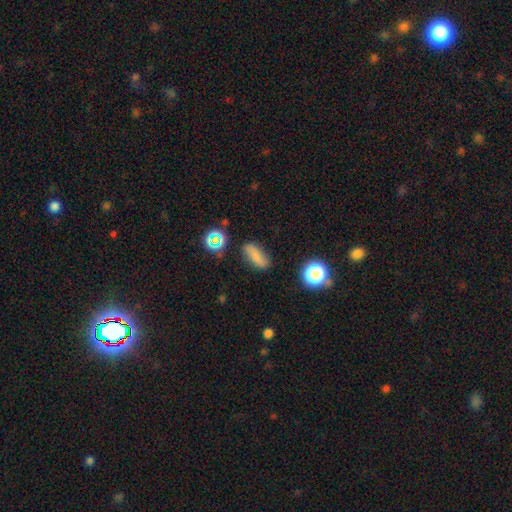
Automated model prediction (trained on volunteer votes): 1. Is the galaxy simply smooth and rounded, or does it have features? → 72% smooth, 15% star or artifact, 13% featured or disk.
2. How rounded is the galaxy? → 71% in between, 20% cigar-shaped, 8% round.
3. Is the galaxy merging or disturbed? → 75% none, 17% minor disturbance, 5% major disturbance, 3% merger.